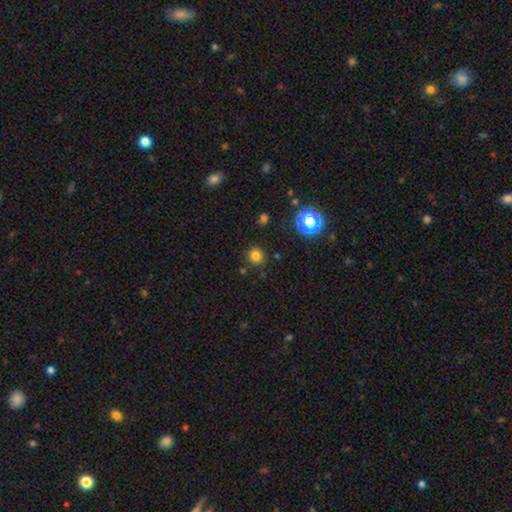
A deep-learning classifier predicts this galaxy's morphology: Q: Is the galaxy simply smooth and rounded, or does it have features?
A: smooth — 79%.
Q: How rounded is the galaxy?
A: round — 88%.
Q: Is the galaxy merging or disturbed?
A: none — 88%.